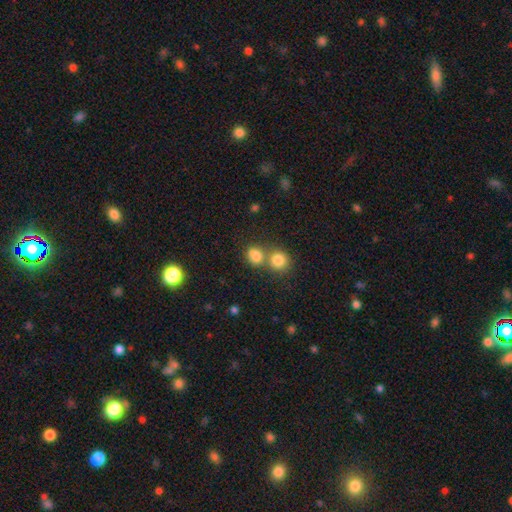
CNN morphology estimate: Smooth or featured?
  - smooth: 80% *
  - star or artifact: 13%
  - featured or disk: 7%
How rounded?
  - round: 58% *
  - in between: 40%
  - cigar-shaped: 1%
Merging?
  - merger: 45% *
  - none: 43%
  - minor disturbance: 9%
  - major disturbance: 4%